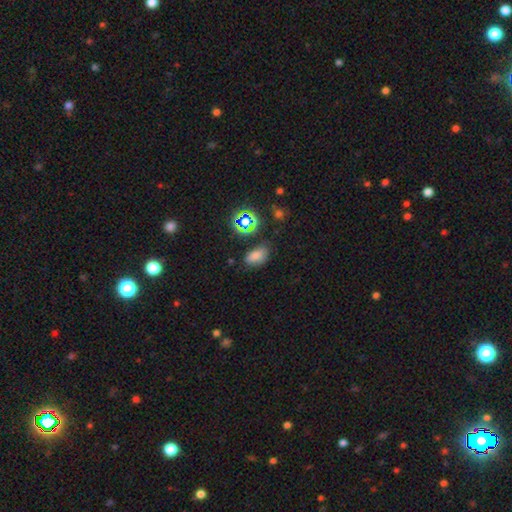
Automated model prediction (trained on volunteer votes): The model was most divided on "merging": none: 65%, minor disturbance: 23%, major disturbance: 7%, merger: 4%. More confident: how rounded — in between (89%); smooth or featured — smooth (71%).